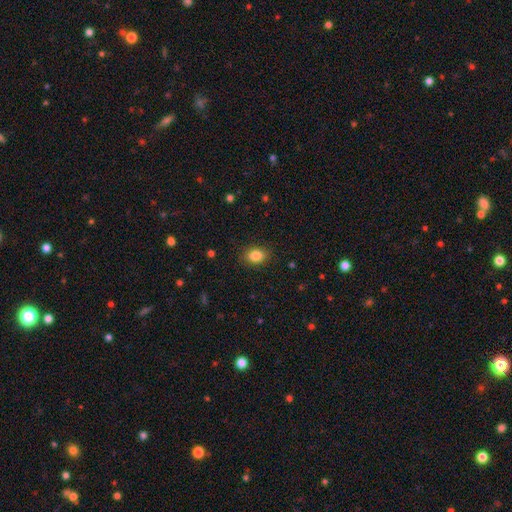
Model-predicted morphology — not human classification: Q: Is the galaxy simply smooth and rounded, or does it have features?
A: smooth — 85%.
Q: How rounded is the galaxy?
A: in between — 66%.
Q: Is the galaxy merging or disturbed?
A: none — 87%.